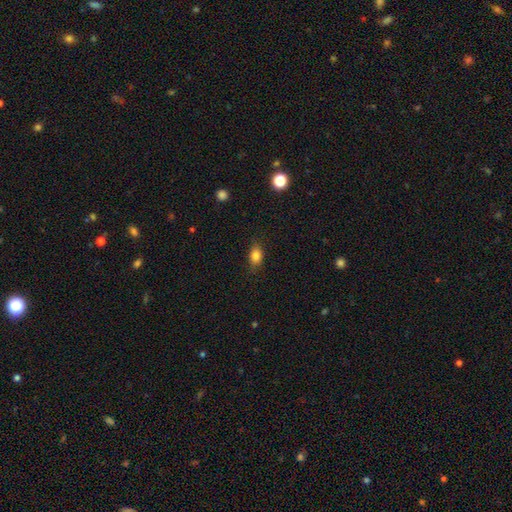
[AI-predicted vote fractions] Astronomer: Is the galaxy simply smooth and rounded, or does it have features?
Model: smooth — 83%.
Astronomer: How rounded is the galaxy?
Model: in between — 77%.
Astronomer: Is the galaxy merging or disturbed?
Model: none — 80%.